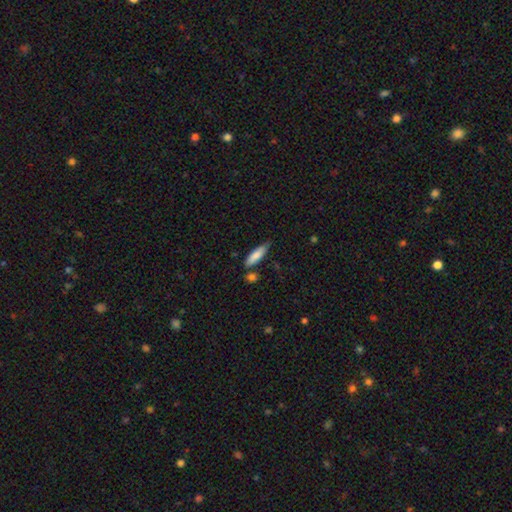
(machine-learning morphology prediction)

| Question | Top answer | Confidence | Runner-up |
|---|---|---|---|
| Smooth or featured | smooth | 81% | featured or disk (13%) |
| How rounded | cigar-shaped | 62% | in between (37%) |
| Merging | none | 69% | minor disturbance (21%) |